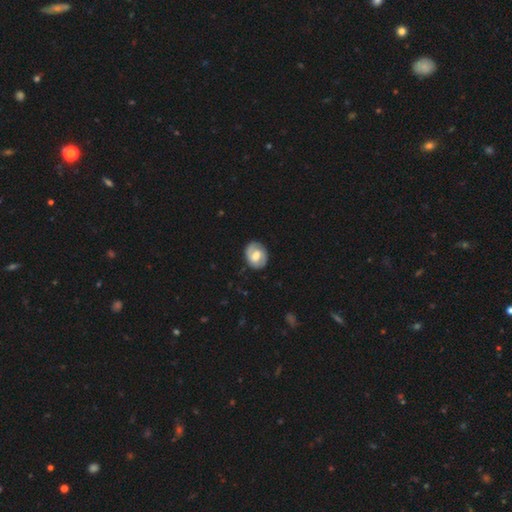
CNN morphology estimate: smooth_or_featured: featured or disk (p=0.58) [alt: smooth p=0.37]
disk_edge_on: no (p=0.97) [alt: yes p=0.03]
bar: weak (p=0.48) [alt: no p=0.34]
has_spiral_arms: yes (p=0.74) [alt: no p=0.26]
bulge_size: moderate (p=0.66) [alt: large p=0.19]
merging: none (p=0.82) [alt: minor disturbance p=0.13]